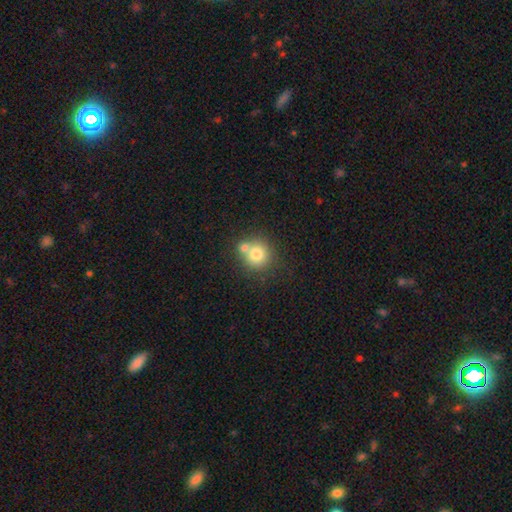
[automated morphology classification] smooth-or-featured: smooth: 76% | featured or disk: 13% | star or artifact: 11%
  how-rounded: round: 90% | in between: 9% | cigar-shaped: 1%
  merging: none: 53% | merger: 36% | minor disturbance: 8% | major disturbance: 3%